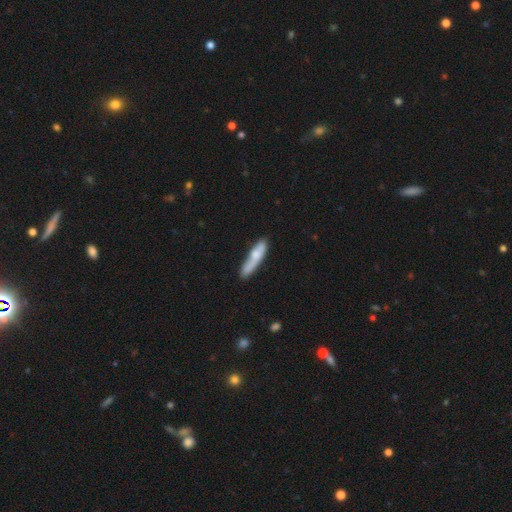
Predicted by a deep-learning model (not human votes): This is likely a smooth galaxy (67%). How rounded: clearly cigar-shaped (84%). Merging: likely none (61%).